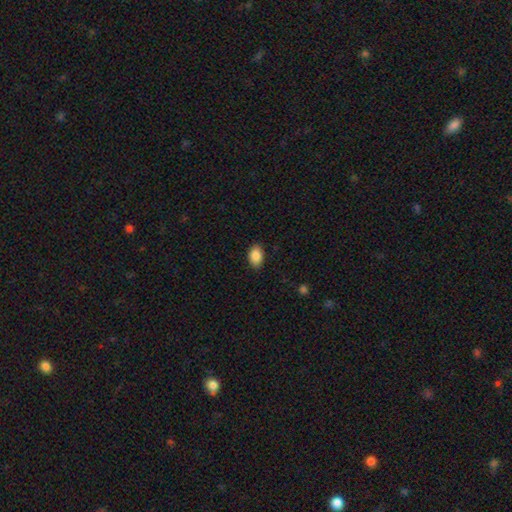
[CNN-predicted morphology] smooth 88%, star or artifact 8%, featured or disk 5%. Down the decision tree: how rounded — in between (86%); merging — none (88%).